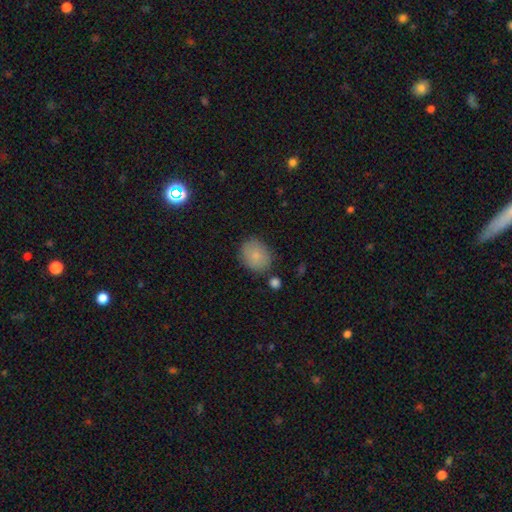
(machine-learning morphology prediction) A smooth galaxy with no disk features (83%) that is round (59%). Merging: none (78%).